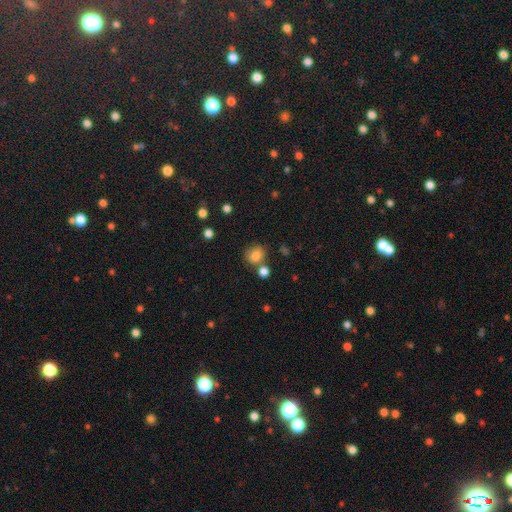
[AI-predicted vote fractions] Smooth or featured? smooth (82%)
How rounded? round (69%)
Merging? none (68%)